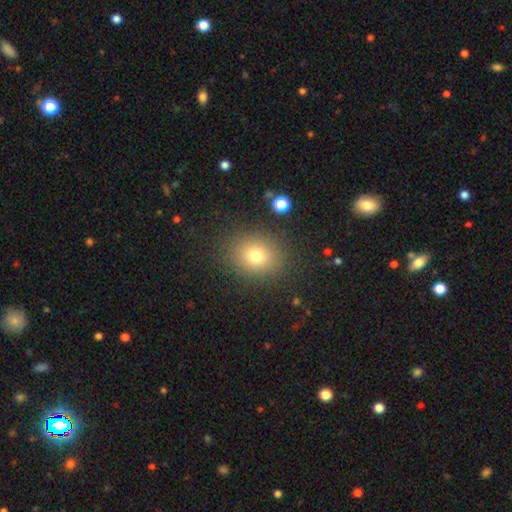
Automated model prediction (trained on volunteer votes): Smooth or featured?
  - smooth: 76% *
  - star or artifact: 15%
  - featured or disk: 10%
How rounded?
  - round: 68% *
  - in between: 31%
  - cigar-shaped: 1%
Merging?
  - none: 87% *
  - minor disturbance: 8%
  - major disturbance: 4%
  - merger: 2%